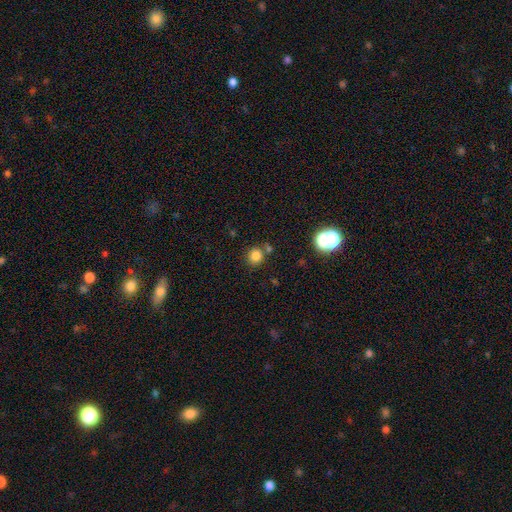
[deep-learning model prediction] Overall: smooth (81%). How rounded: round (88%). Merging: none (72%).